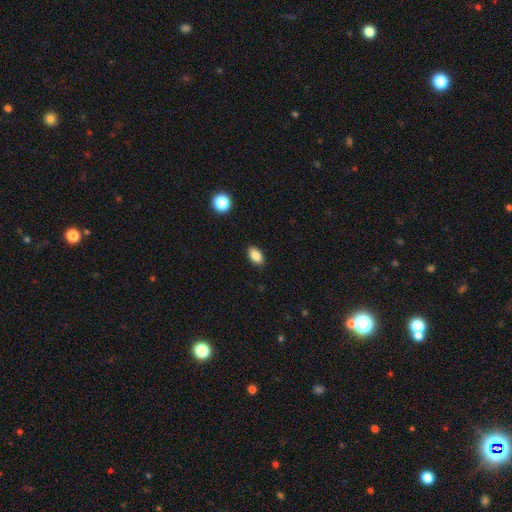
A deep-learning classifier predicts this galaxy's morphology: Q: Smooth or featured?
A: smooth (86%); runner-up: star or artifact (9%)
Q: How rounded?
A: in between (91%); runner-up: round (7%)
Q: Merging?
A: none (88%); runner-up: minor disturbance (9%)